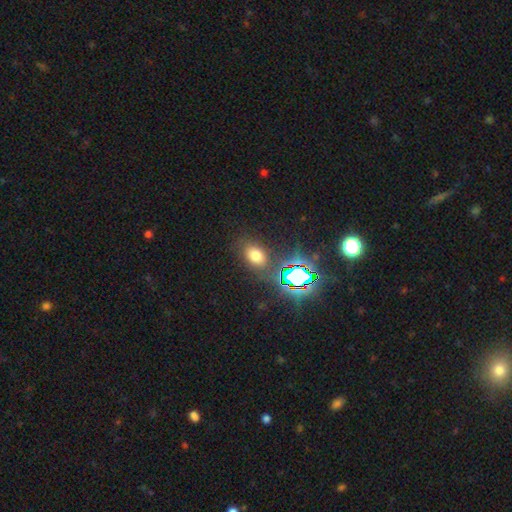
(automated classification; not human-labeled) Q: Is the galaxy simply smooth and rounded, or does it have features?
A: smooth — 63%.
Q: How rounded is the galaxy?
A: in between — 77%.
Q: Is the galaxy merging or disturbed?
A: none — 81%.